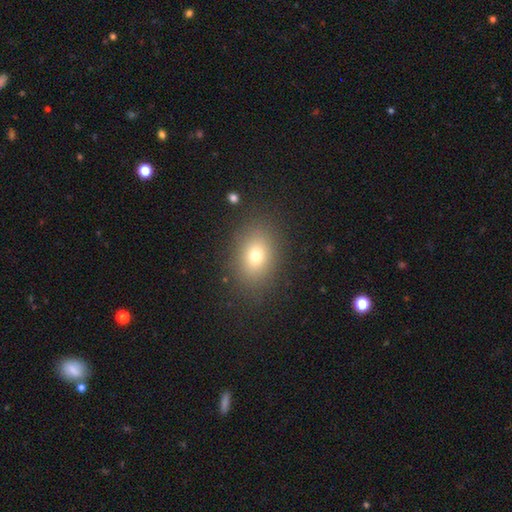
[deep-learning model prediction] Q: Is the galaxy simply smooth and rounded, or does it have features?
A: smooth — 74%.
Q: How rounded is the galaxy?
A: in between — 69%.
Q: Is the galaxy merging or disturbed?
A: none — 86%.